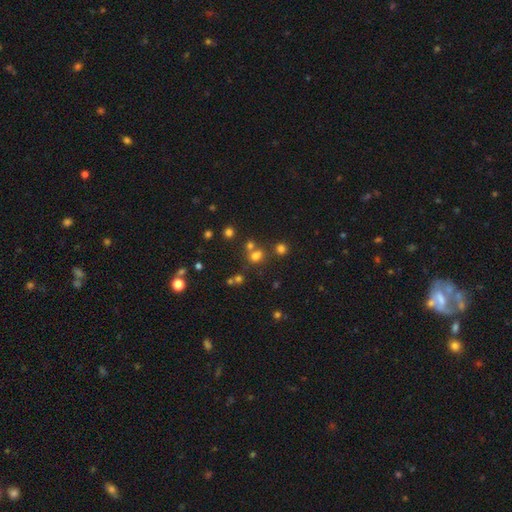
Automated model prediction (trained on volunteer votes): A smooth galaxy with no disk features (64%) that is round (62%).

Vote fractions:
- Smooth or featured? smooth: 64% / star or artifact: 26% / featured or disk: 10%
- How rounded? round: 62% / in between: 37% / cigar-shaped: 1%
- Merging? none: 58% / merger: 27% / minor disturbance: 10% / major disturbance: 5%